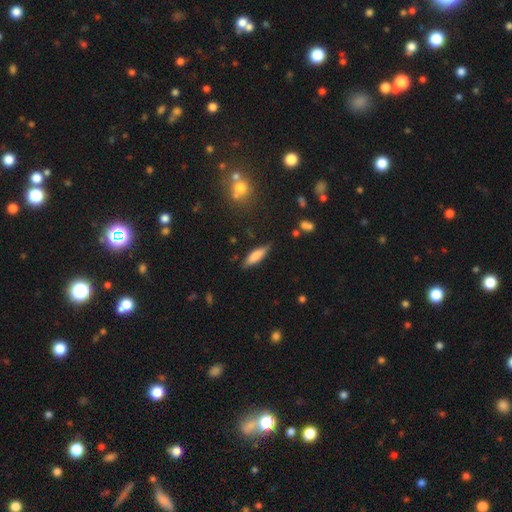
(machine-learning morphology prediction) Smooth or featured? smooth (76%)
How rounded? cigar-shaped (54%)
Merging? none (81%)